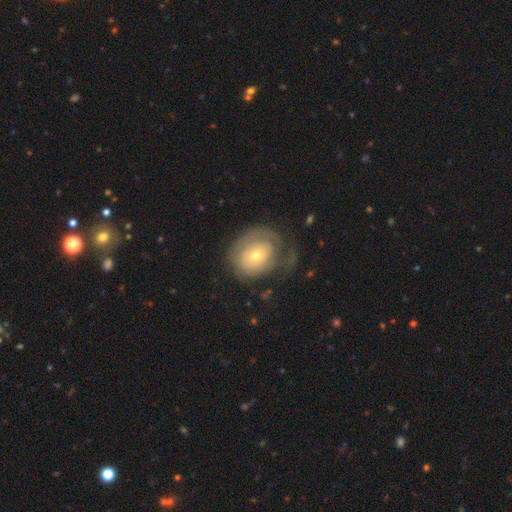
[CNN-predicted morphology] Smooth or featured? featured or disk (54%)
Edge-on disk? no (95%)
Bar? no (81%)
Spiral arms? yes (59%)
Bulge size? small (50%)
Merging? none (47%)